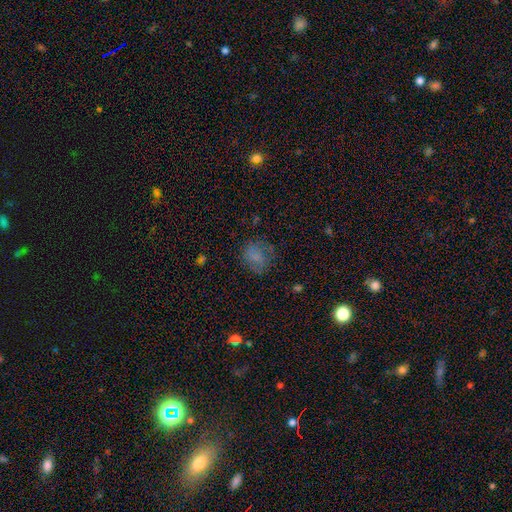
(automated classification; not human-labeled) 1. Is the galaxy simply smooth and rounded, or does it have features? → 72% smooth, 15% featured or disk, 13% star or artifact.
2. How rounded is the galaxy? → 71% round, 28% in between, 1% cigar-shaped.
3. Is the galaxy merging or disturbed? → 69% none, 19% minor disturbance, 11% major disturbance, 2% merger.